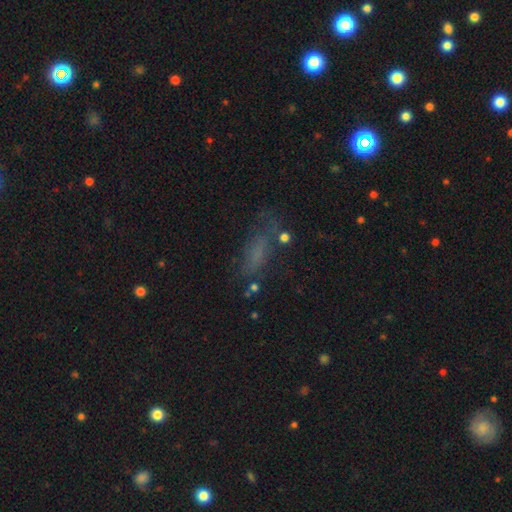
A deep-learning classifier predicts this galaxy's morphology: Smooth or featured: smooth — 46% (star or artifact — 30%)
Merging: none — 60% (minor disturbance — 19%)